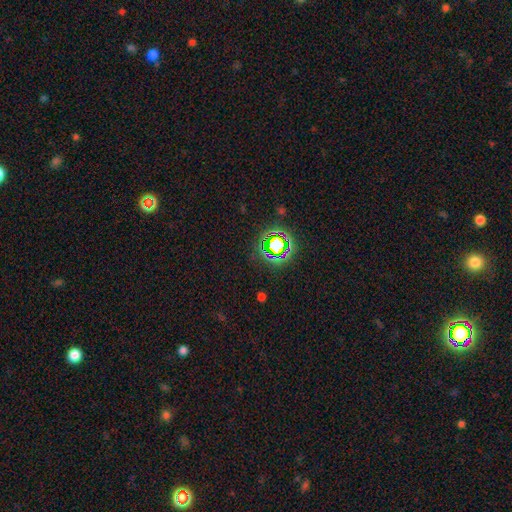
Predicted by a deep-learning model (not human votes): Morphology: type=star or artifact (75%).